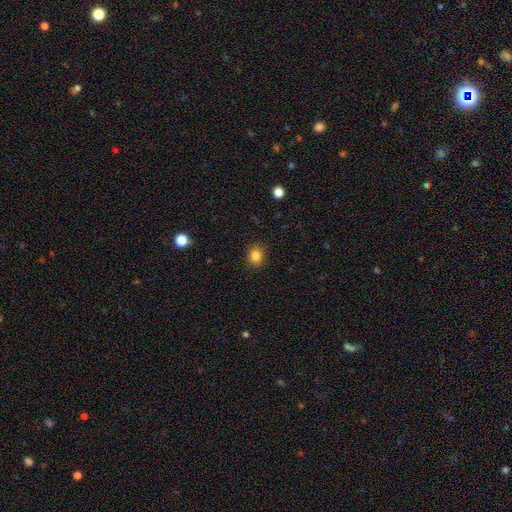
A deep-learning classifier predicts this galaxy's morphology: A smooth galaxy with no disk features (84%) that is round (74%).

Vote fractions:
- Smooth or featured? smooth: 84% / star or artifact: 11% / featured or disk: 5%
- How rounded? round: 74% / in between: 25% / cigar-shaped: 1%
- Merging? none: 89% / minor disturbance: 8% / major disturbance: 2% / merger: 1%